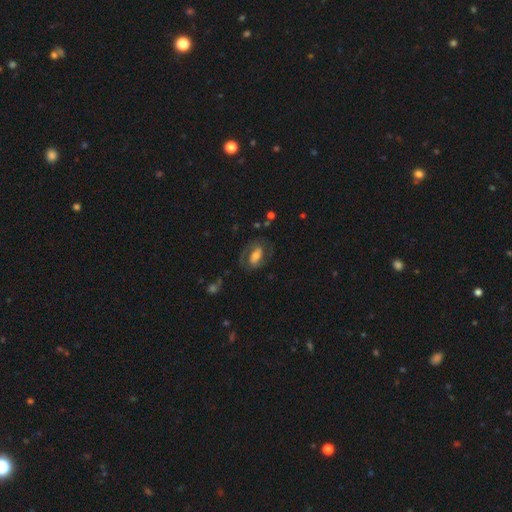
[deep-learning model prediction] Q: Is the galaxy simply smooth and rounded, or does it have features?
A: featured or disk — 52%.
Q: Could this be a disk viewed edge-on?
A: no — 93%.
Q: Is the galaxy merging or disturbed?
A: none — 62%.